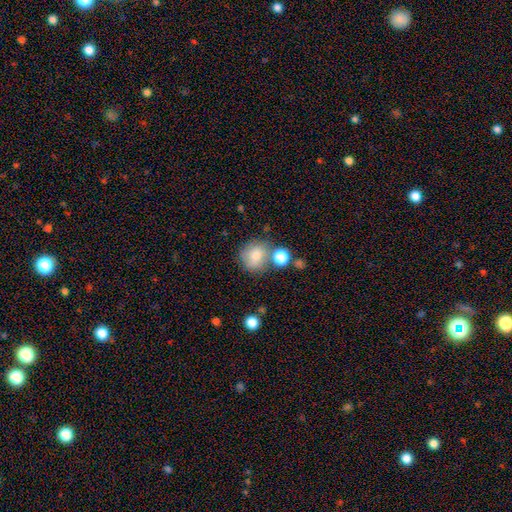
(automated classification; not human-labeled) Smooth or featured? smooth (76%)
How rounded? round (83%)
Merging? none (56%)